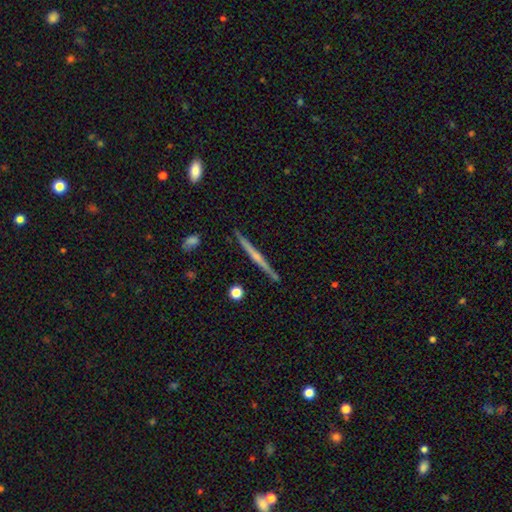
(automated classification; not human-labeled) This appears to be a featured or disk galaxy (68%) viewed edge-on (98%) with a rounded central bulge (56%). Merging: none (90%).